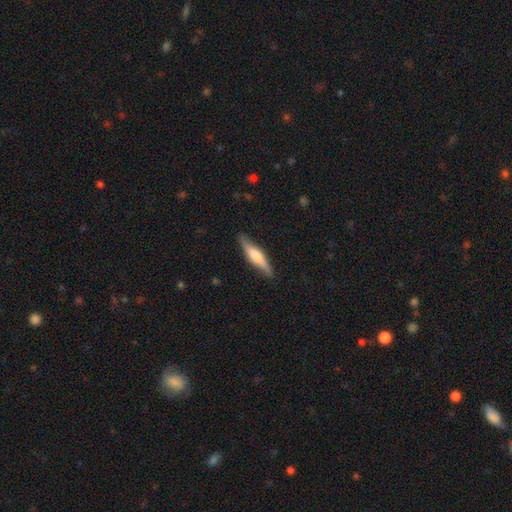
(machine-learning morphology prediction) Smooth or featured? Predicted: featured or disk (p=0.52). Edge-on disk? Predicted: yes (p=0.91). Merging? Predicted: none (p=0.86).